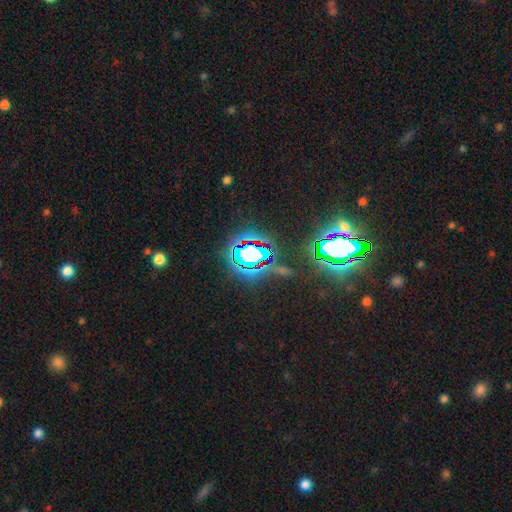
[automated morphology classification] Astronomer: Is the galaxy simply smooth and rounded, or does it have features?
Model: star or artifact — 81%.